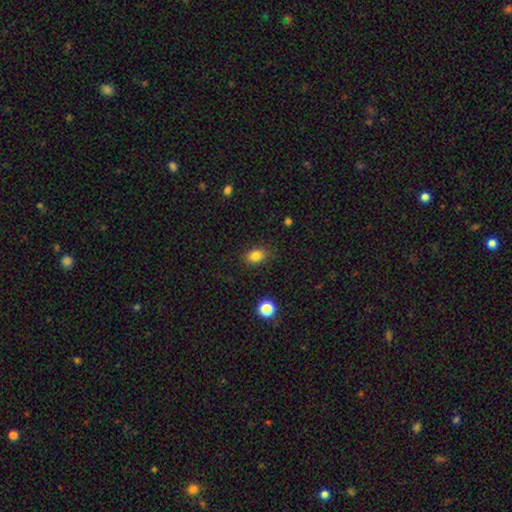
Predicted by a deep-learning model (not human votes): The model was most divided on "how rounded": in between: 73%, round: 26%, cigar-shaped: 1%. More confident: smooth or featured — smooth (84%); merging — none (84%).